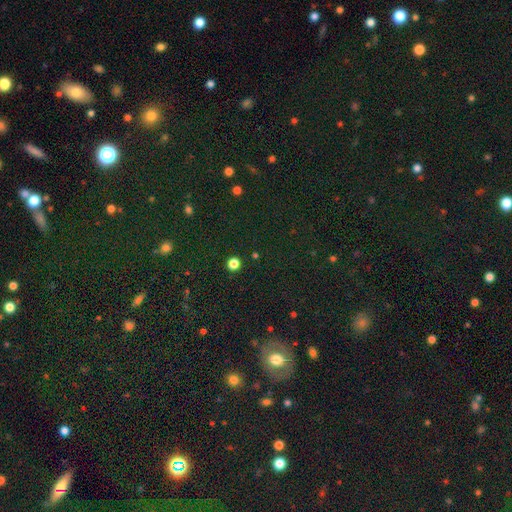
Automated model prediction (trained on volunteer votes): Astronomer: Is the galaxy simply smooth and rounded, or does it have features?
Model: star or artifact — 58%.